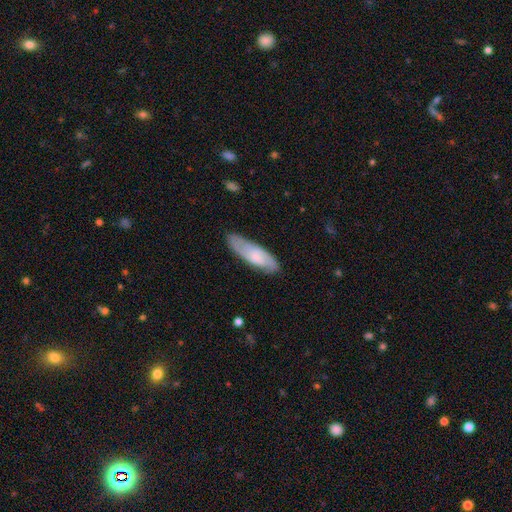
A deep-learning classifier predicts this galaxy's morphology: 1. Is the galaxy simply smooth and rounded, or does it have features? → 53% smooth, 40% featured or disk, 6% star or artifact.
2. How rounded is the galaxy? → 50% in between, 48% cigar-shaped, 2% round.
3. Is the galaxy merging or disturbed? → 75% none, 19% minor disturbance, 5% major disturbance, 1% merger.